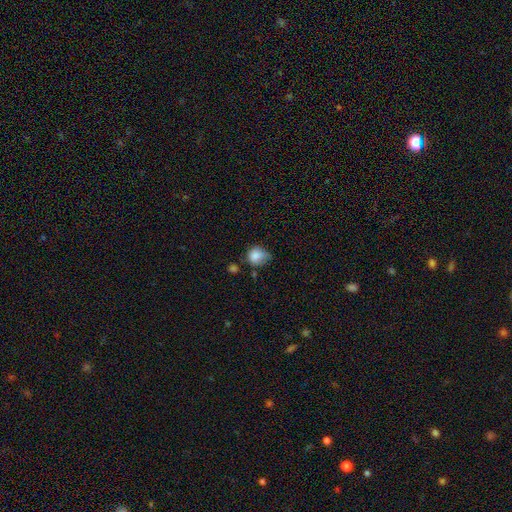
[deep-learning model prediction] This appears to be a smooth galaxy with no disk features (81%) that is round (66%). Merging: minor disturbance (41%).